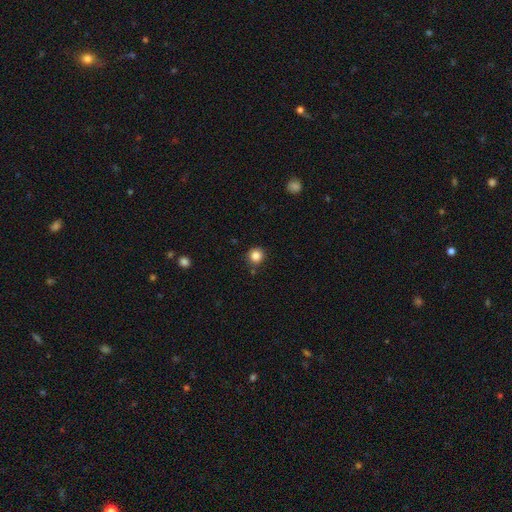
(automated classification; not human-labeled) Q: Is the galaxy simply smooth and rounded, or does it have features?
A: smooth — 85%.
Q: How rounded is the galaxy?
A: round — 91%.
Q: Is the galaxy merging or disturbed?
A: none — 83%.